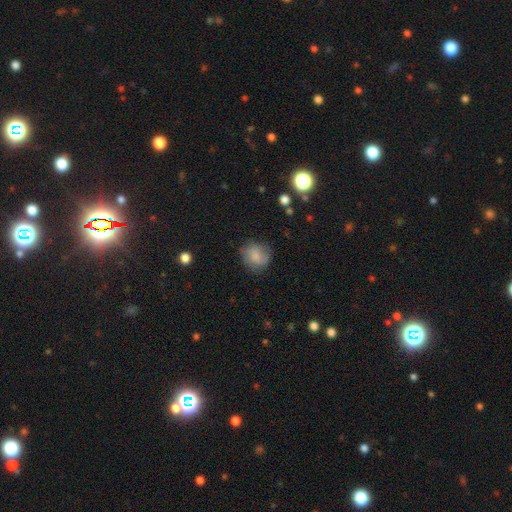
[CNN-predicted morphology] type=smooth (72%); roundness=round (78%); merging=none (72%).